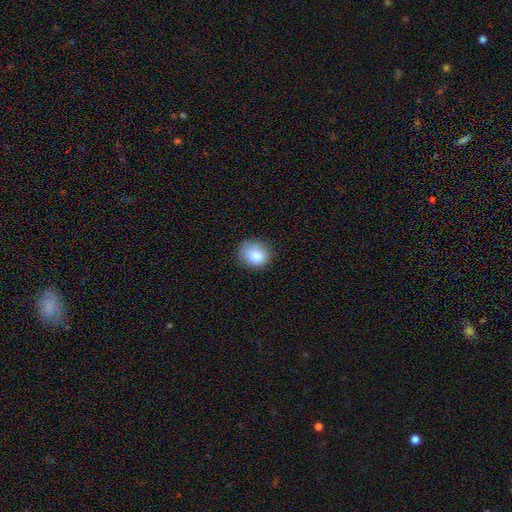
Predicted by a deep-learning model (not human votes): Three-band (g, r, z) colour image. It shows a smooth galaxy with no disk features (84%) that is round (63%). Merging: none (72%).